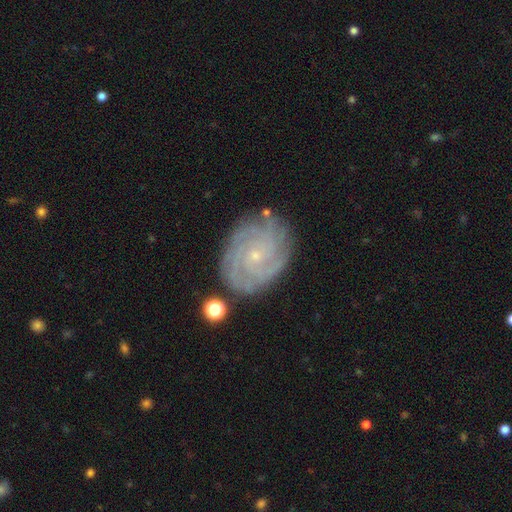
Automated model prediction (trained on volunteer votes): smooth-or-featured: featured or disk: 84% | smooth: 9% | star or artifact: 7%
  disk-edge-on: no: 97% | yes: 3%
    bar: no: 78% | weak: 19% | strong: 4%
    has-spiral-arms: yes: 97% | no: 3%
      spiral-winding: tight: 78% | medium: 18% | loose: 3%
      spiral-arm-count: 4: 29% | can't tell: 24% | 3: 18% | more than 4: 12% | 2: 11% | 1: 7%
    bulge-size: small: 83% | moderate: 13% | none: 2% | large: 1% | dominant: 1%
  merging: none: 81% | minor disturbance: 14% | major disturbance: 4% | merger: 2%